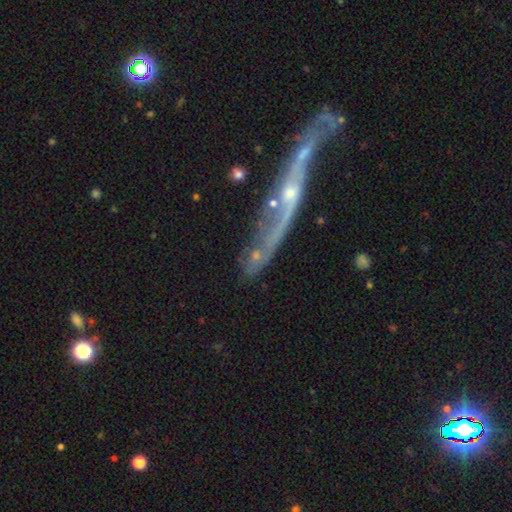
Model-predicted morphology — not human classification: A featured or disk galaxy (48%). Merging: none (43%).